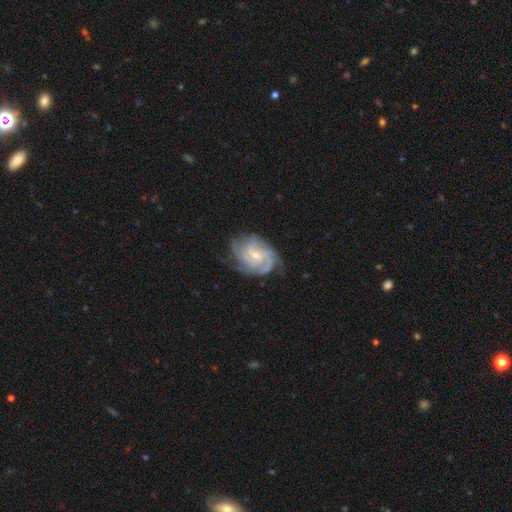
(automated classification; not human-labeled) Smooth or featured?
  - featured or disk: 84% *
  - smooth: 10%
  - star or artifact: 6%
Edge-on disk?
  - no: 97% *
  - yes: 3%
Bar?
  - no: 52% *
  - weak: 41%
  - strong: 6%
Spiral arms?
  - yes: 96% *
  - no: 4%
Spiral winding?
  - tight: 56% *
  - medium: 35%
  - loose: 9%
Spiral arm count?
  - can't tell: 29% *
  - 3: 25%
  - 4: 21%
  - 2: 13%
  - more than 4: 7%
  - 1: 5%
Bulge size?
  - small: 62% *
  - moderate: 33%
  - none: 3%
  - large: 1%
  - dominant: 1%
Merging?
  - none: 67% *
  - minor disturbance: 22%
  - major disturbance: 10%
  - merger: 1%